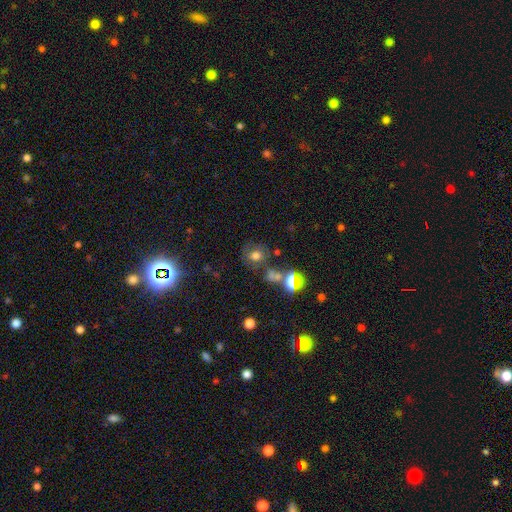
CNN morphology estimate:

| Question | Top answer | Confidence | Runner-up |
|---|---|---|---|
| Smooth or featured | smooth | 61% | star or artifact (25%) |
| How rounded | round | 72% | in between (26%) |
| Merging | none | 63% | minor disturbance (16%) |